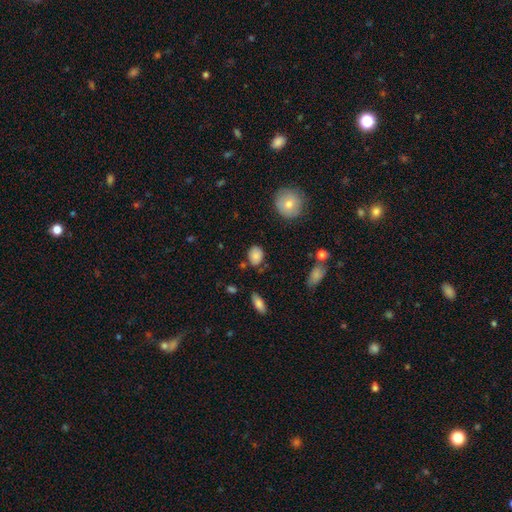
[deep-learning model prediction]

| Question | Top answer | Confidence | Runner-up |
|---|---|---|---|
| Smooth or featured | smooth | 83% | star or artifact (9%) |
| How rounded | in between | 61% | round (38%) |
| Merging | none | 74% | minor disturbance (18%) |